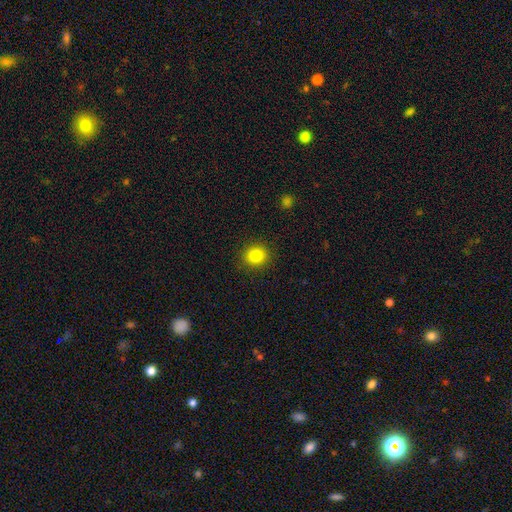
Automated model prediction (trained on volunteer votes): Overall: smooth (84%). How rounded: round (83%). Merging: none (90%).